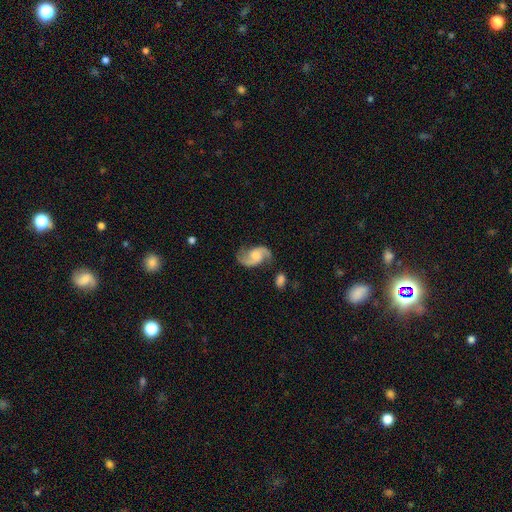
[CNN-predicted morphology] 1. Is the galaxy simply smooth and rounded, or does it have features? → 86% featured or disk, 9% smooth, 6% star or artifact.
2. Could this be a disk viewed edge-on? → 98% no, 2% yes.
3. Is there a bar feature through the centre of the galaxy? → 55% no, 37% weak, 8% strong.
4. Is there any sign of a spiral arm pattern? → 97% yes, 3% no.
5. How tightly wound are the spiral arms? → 46% medium, 43% loose, 12% tight.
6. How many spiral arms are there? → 93% 2, 2% can't tell, 2% 1, 1% 3, 1% 4, 1% more than 4.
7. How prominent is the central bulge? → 35% moderate, 27% small, 24% none, 12% large, 2% dominant.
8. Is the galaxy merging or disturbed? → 69% none, 17% minor disturbance, 8% major disturbance, 6% merger.